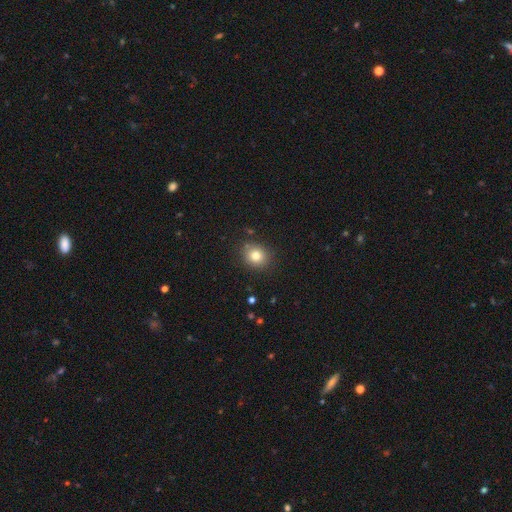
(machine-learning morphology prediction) smooth_or_featured: smooth (p=0.80) [alt: star or artifact p=0.12]
how_rounded: round (p=0.76) [alt: in between p=0.23]
merging: none (p=0.86) [alt: minor disturbance p=0.09]